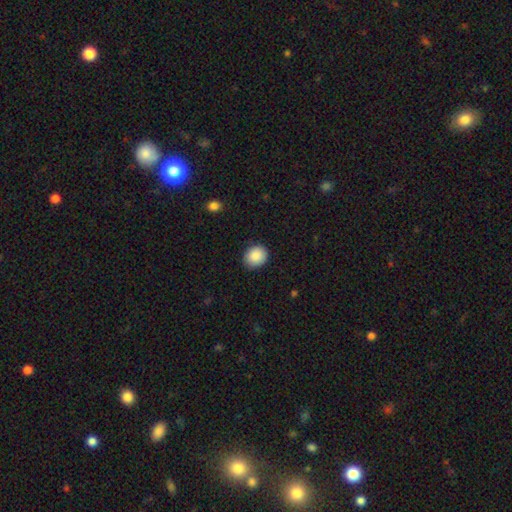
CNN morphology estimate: smooth 88%, star or artifact 8%, featured or disk 4%. Down the decision tree: how rounded — round (66%); merging — none (87%).